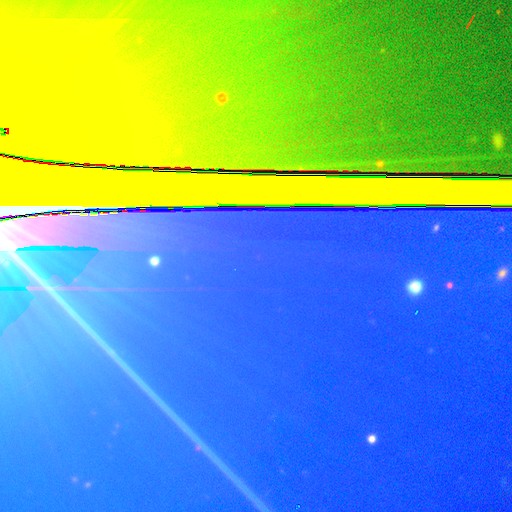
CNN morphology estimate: Q: Smooth or featured?
A: star or artifact (84%); runner-up: featured or disk (8%)